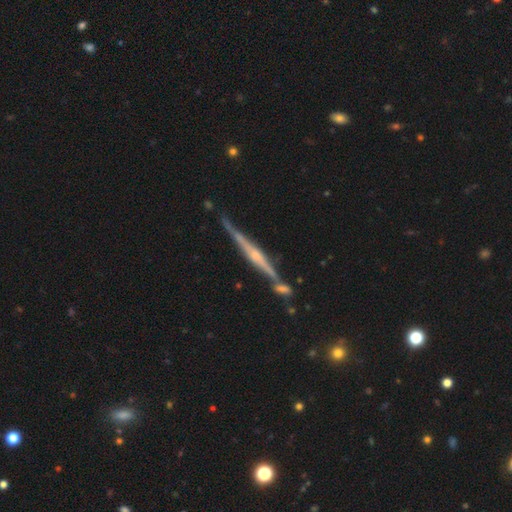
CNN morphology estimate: This is clearly a featured or disk galaxy (83%). It is clearly viewed edge-on (97%). Edge-on bulge: likely rounded (64%). Merging: likely none (70%).